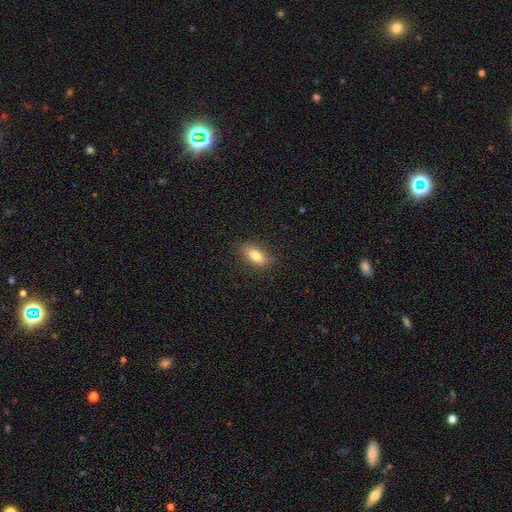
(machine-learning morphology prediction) type=smooth (79%); roundness=in between (81%); merging=none (84%).